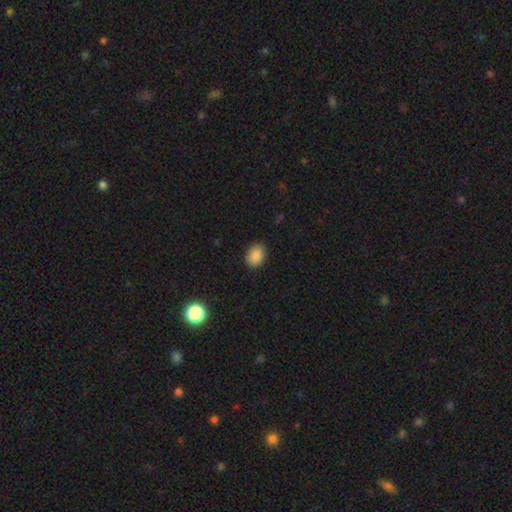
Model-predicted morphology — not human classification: smooth 87%, star or artifact 9%, featured or disk 3%. Down the decision tree: how rounded — in between (62%); merging — none (87%).